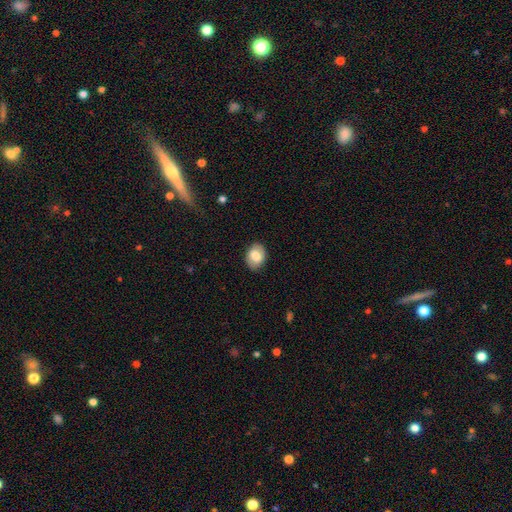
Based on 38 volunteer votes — Overall: smooth (76%). How rounded: in between (66%; round 34%). Merging: none (81%).